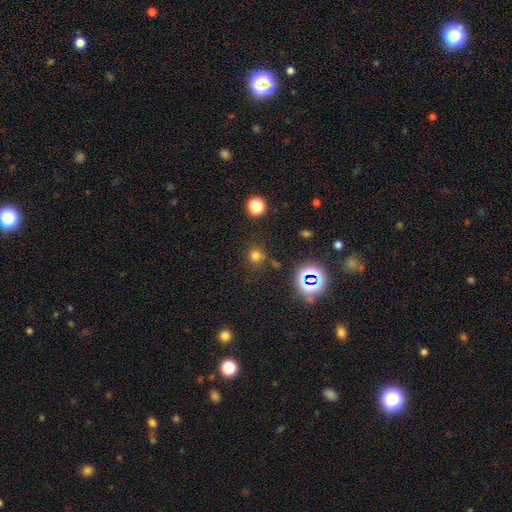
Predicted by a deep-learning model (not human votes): smooth_or_featured: smooth (p=0.67) [alt: star or artifact p=0.26]
how_rounded: round (p=0.89) [alt: in between p=0.10]
merging: none (p=0.76) [alt: minor disturbance p=0.13]